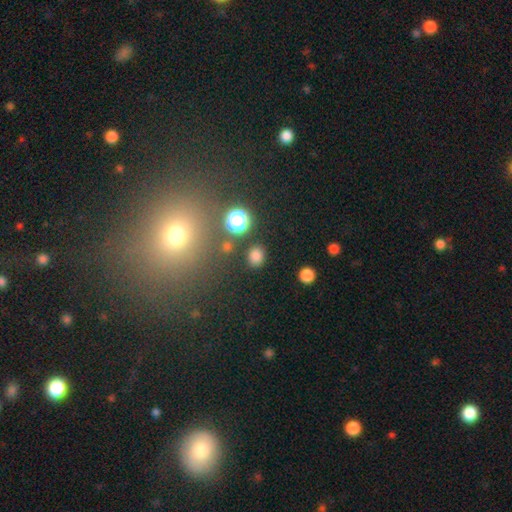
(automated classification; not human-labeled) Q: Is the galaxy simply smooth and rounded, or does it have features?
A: smooth — 79%.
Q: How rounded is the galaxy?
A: round — 65%.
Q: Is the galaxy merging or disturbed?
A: none — 85%.